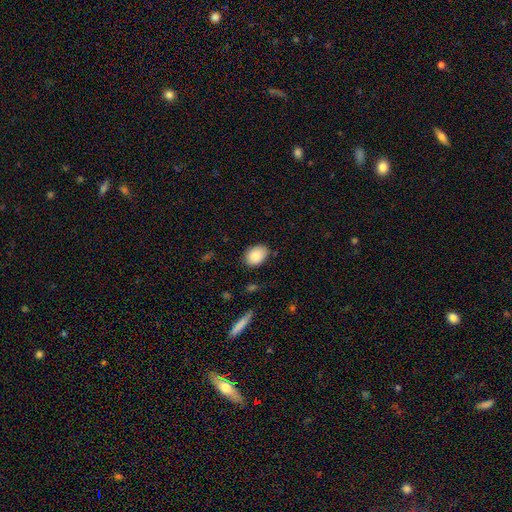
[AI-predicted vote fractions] A smooth galaxy with no disk features (88%) that is in between round and cigar-shaped (72%).

Vote fractions:
- Smooth or featured? smooth: 88% / star or artifact: 7% / featured or disk: 5%
- How rounded? in between: 72% / round: 27% / cigar-shaped: 1%
- Merging? none: 80% / minor disturbance: 15% / major disturbance: 3% / merger: 2%